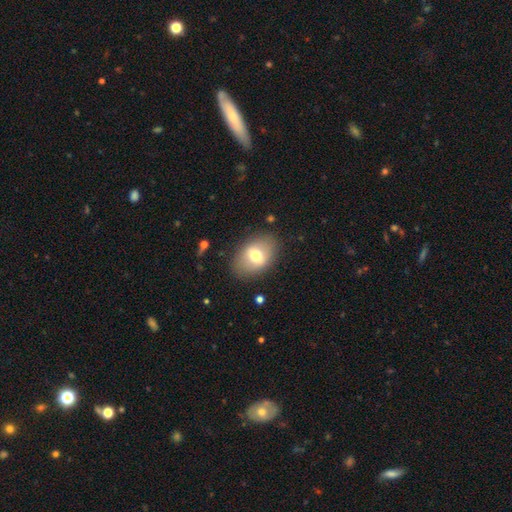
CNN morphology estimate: A smooth galaxy with no disk features (66%) that is in between round and cigar-shaped (80%). Merging: none (83%).